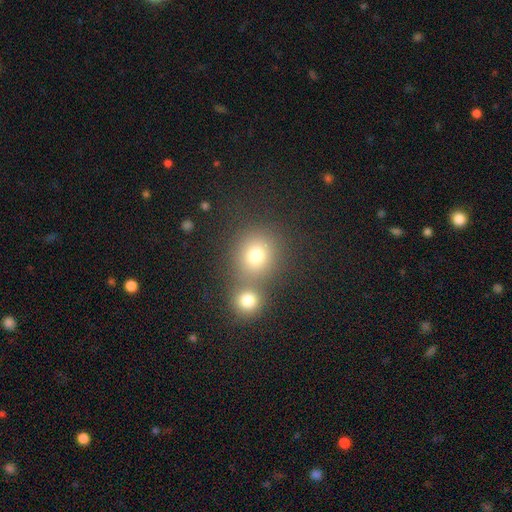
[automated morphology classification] This is likely a smooth galaxy (76%). How rounded: clearly round (84%). Merging: possibly none (51%).